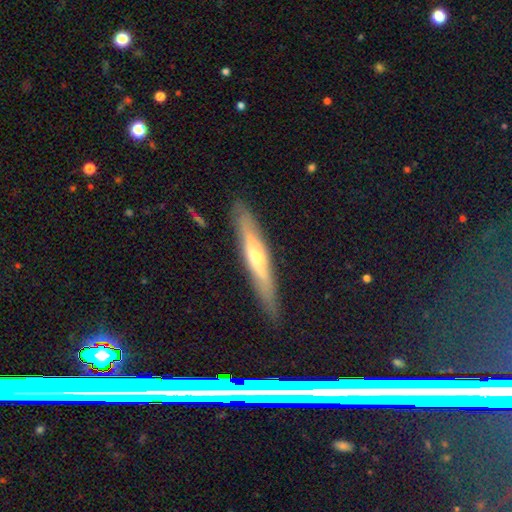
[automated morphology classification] A featured or disk galaxy (58%) viewed edge-on (82%).

Vote fractions:
- Smooth or featured? featured or disk: 58% / smooth: 37% / star or artifact: 6%
- Edge-on disk? yes: 82% / no: 18%
- Merging? none: 86% / minor disturbance: 10% / major disturbance: 2% / merger: 1%